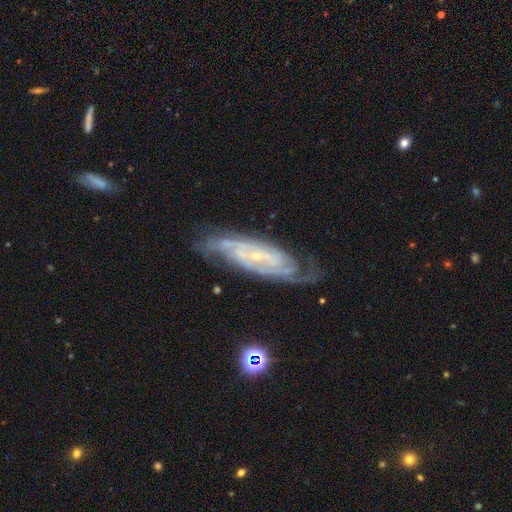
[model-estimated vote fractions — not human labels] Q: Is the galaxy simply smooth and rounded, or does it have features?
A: featured or disk — 88%.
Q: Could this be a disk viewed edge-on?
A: no — 88%.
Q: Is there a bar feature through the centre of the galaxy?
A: no — 45%.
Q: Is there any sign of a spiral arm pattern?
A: yes — 97%.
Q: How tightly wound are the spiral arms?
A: tight — 60%.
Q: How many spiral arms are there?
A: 2 — 45%.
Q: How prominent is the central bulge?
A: small — 80%.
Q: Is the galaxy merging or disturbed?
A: none — 72%.